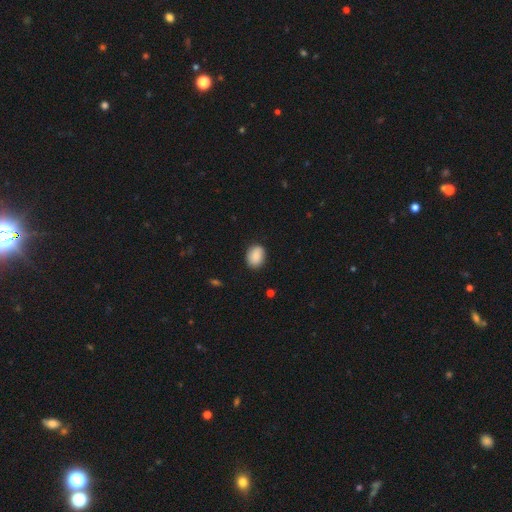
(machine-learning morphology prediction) Smooth or featured: smooth — 87% (star or artifact — 7%)
How rounded: in between — 69% (round — 30%)
Merging: none — 85% (minor disturbance — 12%)